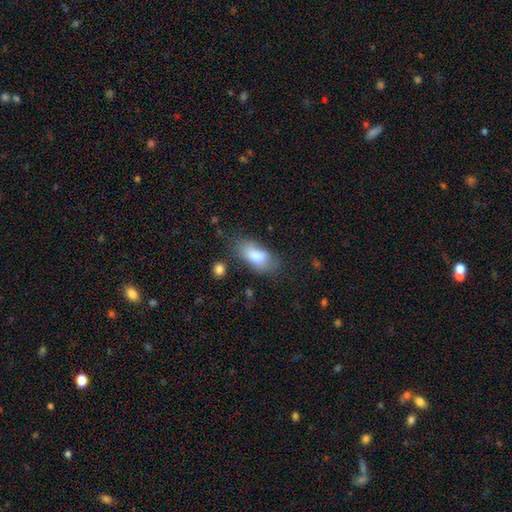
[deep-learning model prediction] The model was most divided on "merging": none: 64%, minor disturbance: 24%, major disturbance: 9%, merger: 3%. More confident: how rounded — in between (89%); smooth or featured — smooth (81%).